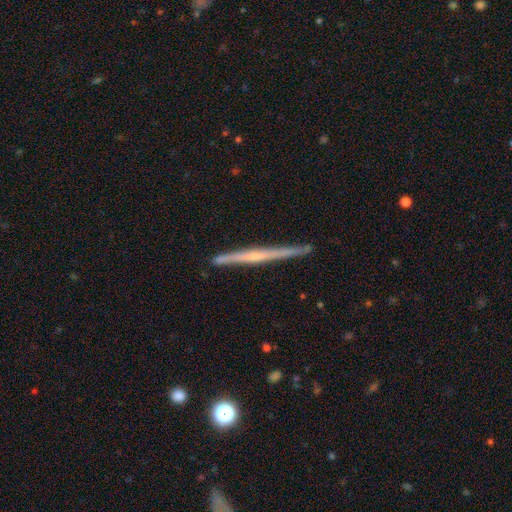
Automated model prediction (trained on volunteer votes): smooth-or-featured: featured or disk: 73% | smooth: 21% | star or artifact: 6%
  disk-edge-on: yes: 98% | no: 2%
    edge-on-bulge: rounded: 48% | none: 44% | boxy: 7%
  merging: none: 89% | minor disturbance: 8% | merger: 1% | major disturbance: 1%